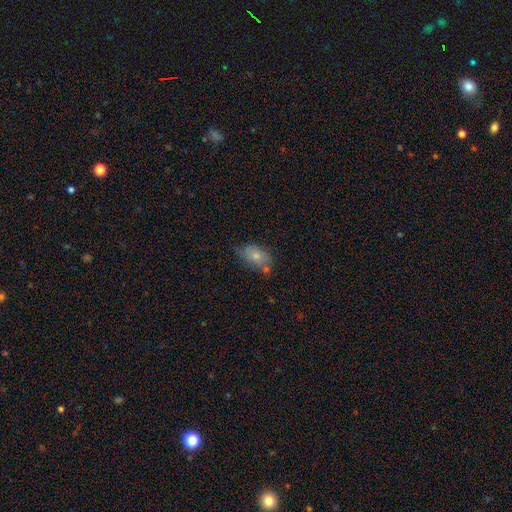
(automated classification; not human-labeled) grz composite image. It shows a smooth galaxy with no disk features (76%) that is in between round and cigar-shaped (86%). Merging: none (55%).